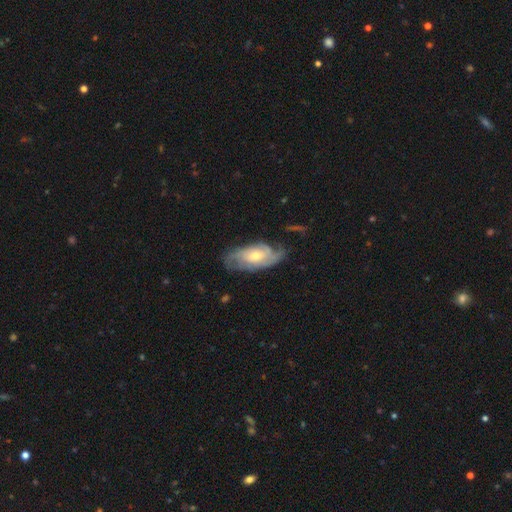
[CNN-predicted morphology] type=featured or disk (76%); edge-on=no (93%); bar=no (63%); spiral arms=yes (91%); winding=tight (47%); arm count=2 (38%); bulge=moderate (54%); merging=none (65%).